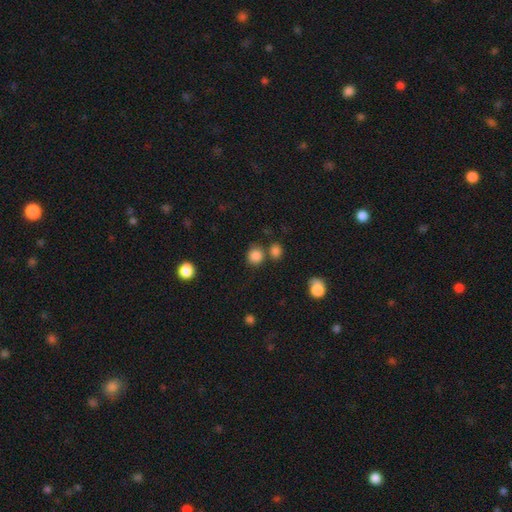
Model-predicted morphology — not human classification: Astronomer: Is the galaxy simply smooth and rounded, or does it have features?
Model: smooth — 84%.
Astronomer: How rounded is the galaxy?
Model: round — 85%.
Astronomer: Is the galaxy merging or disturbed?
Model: none — 70%.